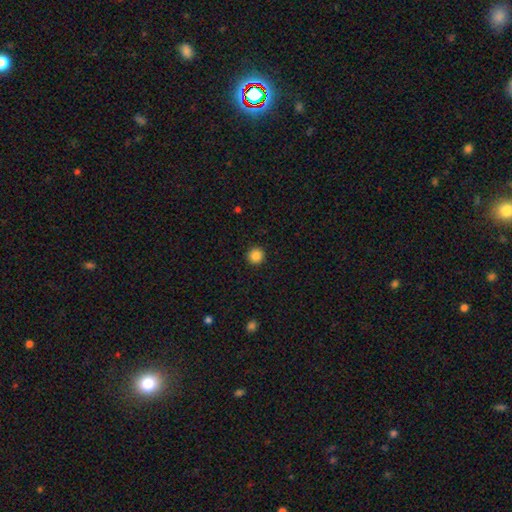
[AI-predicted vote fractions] Smooth or featured?
  - smooth: 86% *
  - star or artifact: 10%
  - featured or disk: 4%
How rounded?
  - round: 96% *
  - in between: 4%
  - cigar-shaped: 1%
Merging?
  - none: 93% *
  - minor disturbance: 4%
  - major disturbance: 2%
  - merger: 1%